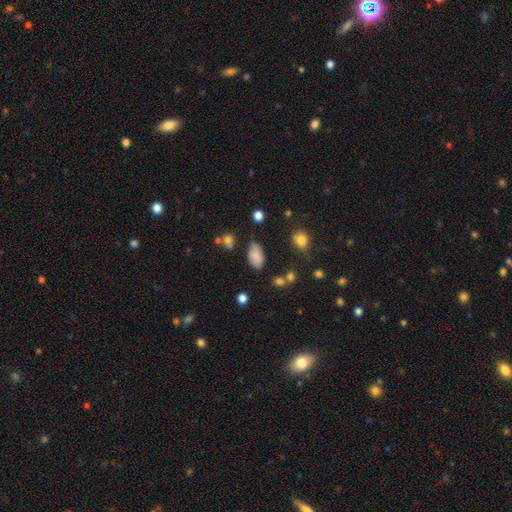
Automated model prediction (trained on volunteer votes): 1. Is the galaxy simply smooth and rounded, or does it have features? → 79% smooth, 11% featured or disk, 10% star or artifact.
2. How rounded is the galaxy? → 93% in between, 5% round, 2% cigar-shaped.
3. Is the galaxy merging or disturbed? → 65% none, 24% minor disturbance, 6% major disturbance, 4% merger.